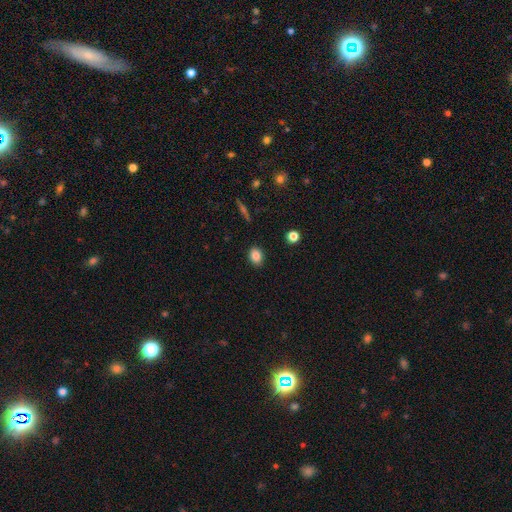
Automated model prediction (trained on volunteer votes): Smooth or featured?
  - smooth: 84% *
  - star or artifact: 10%
  - featured or disk: 6%
How rounded?
  - in between: 63% *
  - round: 36%
  - cigar-shaped: 1%
Merging?
  - none: 88% *
  - minor disturbance: 8%
  - major disturbance: 2%
  - merger: 1%